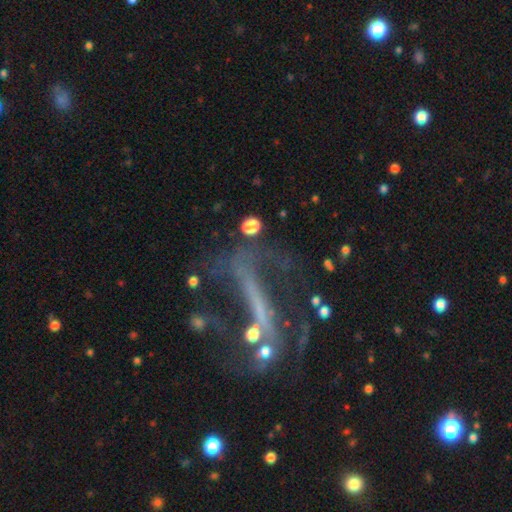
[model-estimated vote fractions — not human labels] smooth_or_featured: featured or disk (p=0.57) [alt: star or artifact p=0.25]
disk_edge_on: no (p=0.64) [alt: yes p=0.36]
merging: none (p=0.37) [alt: major disturbance p=0.33]